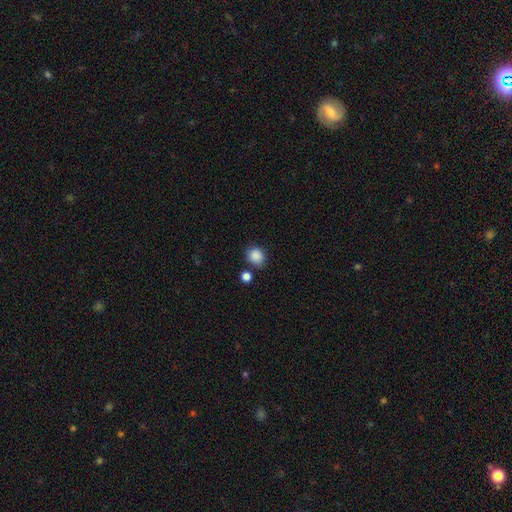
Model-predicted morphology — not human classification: smooth 87%, star or artifact 9%, featured or disk 3%. Down the decision tree: how rounded — round (76%); merging — none (77%).